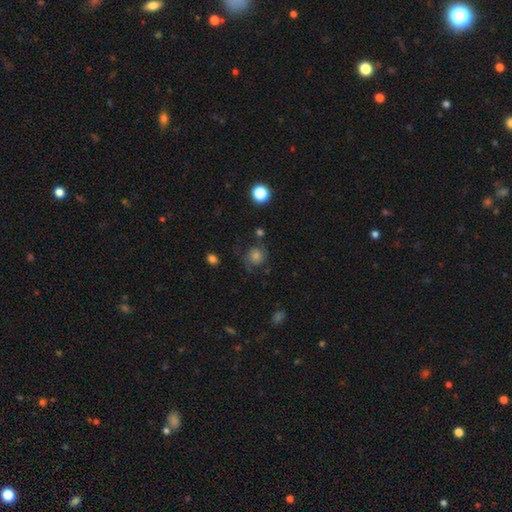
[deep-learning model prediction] Smooth or featured?
  - smooth: 62% *
  - star or artifact: 21%
  - featured or disk: 17%
How rounded?
  - round: 88% *
  - in between: 11%
  - cigar-shaped: 1%
Merging?
  - none: 71% *
  - minor disturbance: 17%
  - major disturbance: 9%
  - merger: 4%